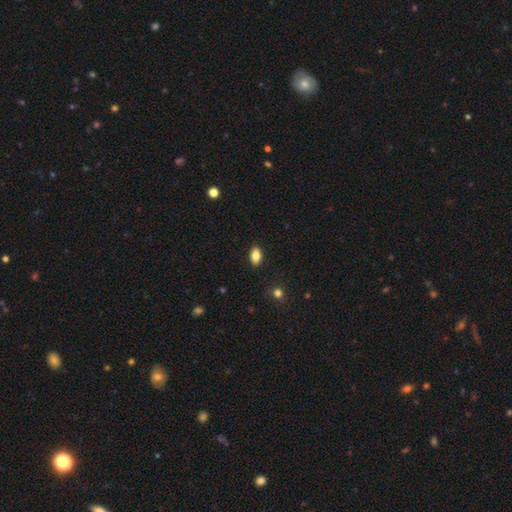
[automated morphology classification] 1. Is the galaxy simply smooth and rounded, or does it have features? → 82% smooth, 9% featured or disk, 9% star or artifact.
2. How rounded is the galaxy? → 89% in between, 7% round, 4% cigar-shaped.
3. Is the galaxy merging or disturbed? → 88% none, 9% minor disturbance, 2% major disturbance, 1% merger.